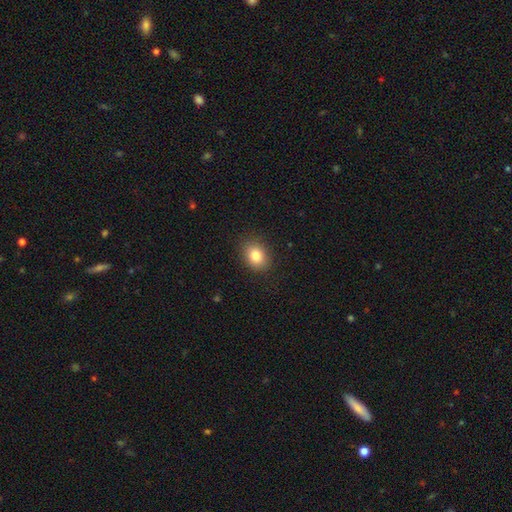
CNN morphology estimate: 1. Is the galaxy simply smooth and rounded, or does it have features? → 83% smooth, 10% star or artifact, 7% featured or disk.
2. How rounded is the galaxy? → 55% in between, 44% round, 1% cigar-shaped.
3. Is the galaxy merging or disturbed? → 88% none, 8% minor disturbance, 3% major disturbance, 1% merger.